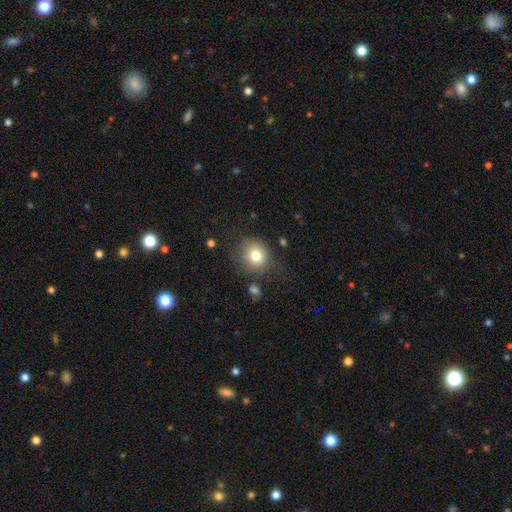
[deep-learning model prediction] The model was most divided on "merging": none: 79%, minor disturbance: 13%, major disturbance: 5%, merger: 3%. More confident: how rounded — round (85%); smooth or featured — smooth (79%).